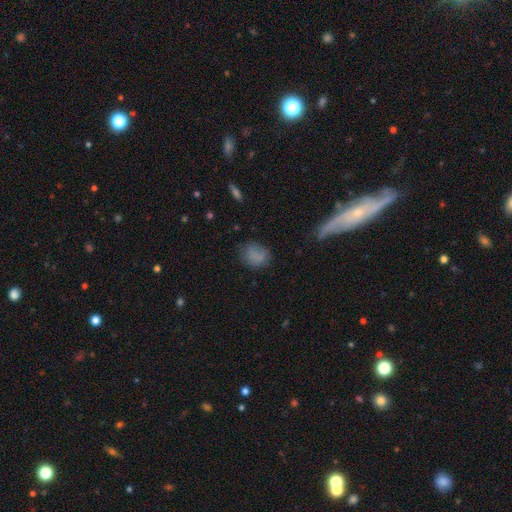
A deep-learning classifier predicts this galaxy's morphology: This is clearly a smooth galaxy (81%). How rounded: possibly in between (49%, tied with round). Merging: likely none (68%).